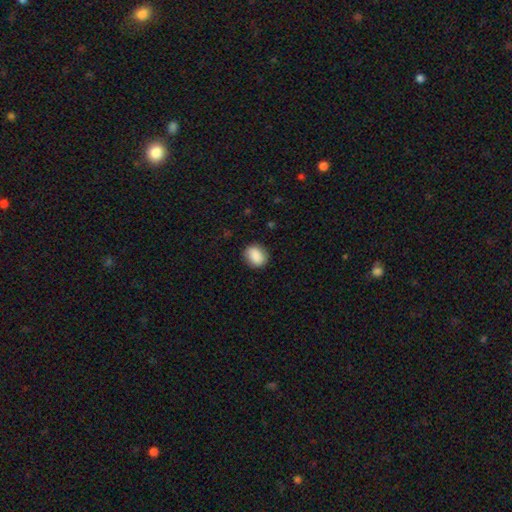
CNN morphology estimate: Overall: smooth (88%). How rounded: in between (51%; round 48%). Merging: none (85%).